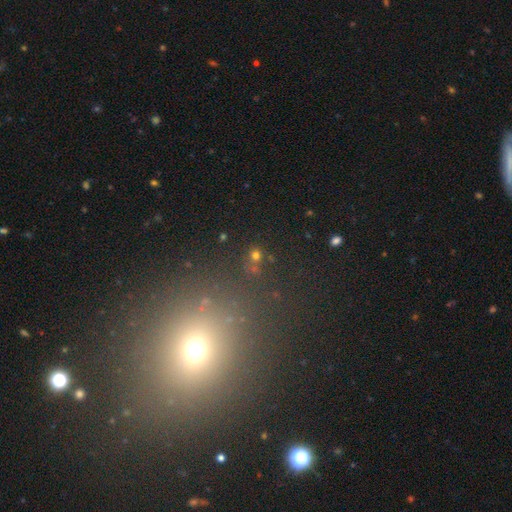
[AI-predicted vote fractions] Smooth or featured: smooth — 62% (star or artifact — 29%)
How rounded: round — 86% (in between — 12%)
Merging: none — 74% (merger — 11%)